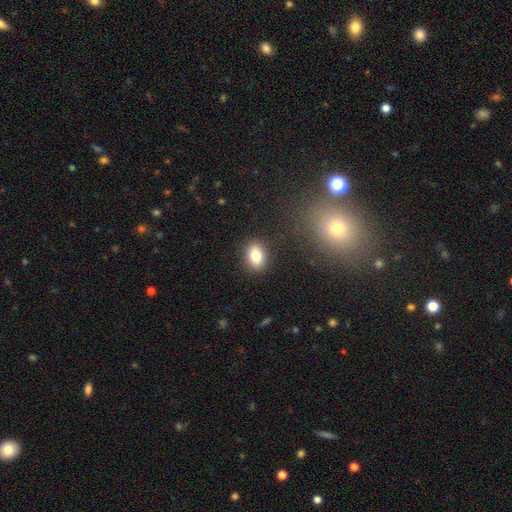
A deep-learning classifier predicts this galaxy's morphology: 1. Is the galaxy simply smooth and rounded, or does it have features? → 81% smooth, 10% featured or disk, 10% star or artifact.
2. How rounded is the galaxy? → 73% in between, 25% round, 2% cigar-shaped.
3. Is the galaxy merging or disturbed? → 88% none, 8% minor disturbance, 2% major disturbance, 1% merger.